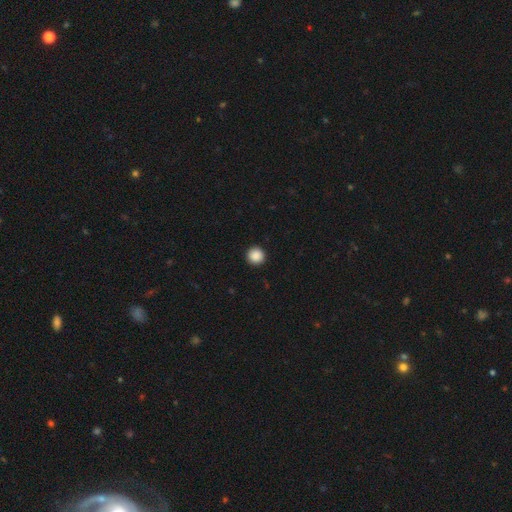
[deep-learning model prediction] smooth-or-featured: smooth: 88% | star or artifact: 9% | featured or disk: 2%
  how-rounded: round: 96% | in between: 3% | cigar-shaped: 1%
  merging: none: 93% | minor disturbance: 5% | major disturbance: 2% | merger: 1%